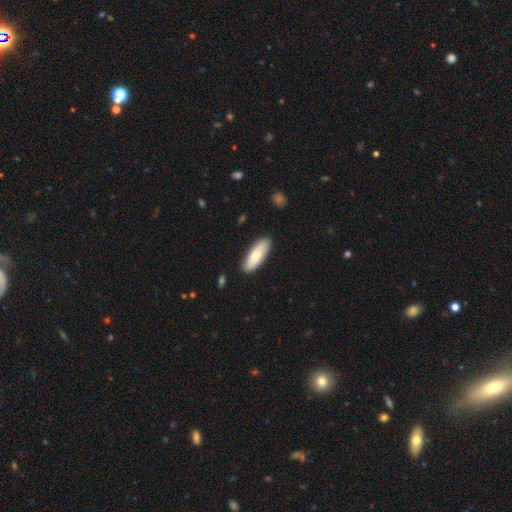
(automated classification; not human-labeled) Q: Smooth or featured?
A: smooth (75%); runner-up: featured or disk (20%)
Q: How rounded?
A: in between (67%); runner-up: cigar-shaped (31%)
Q: Merging?
A: none (87%); runner-up: minor disturbance (9%)